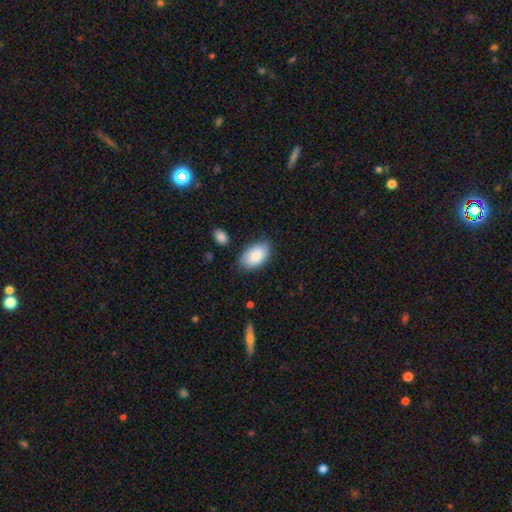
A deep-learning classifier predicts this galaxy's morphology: smooth_or_featured: smooth (p=0.85) [alt: featured or disk p=0.09]
how_rounded: in between (p=0.93) [alt: round p=0.05]
merging: none (p=0.78) [alt: minor disturbance p=0.16]